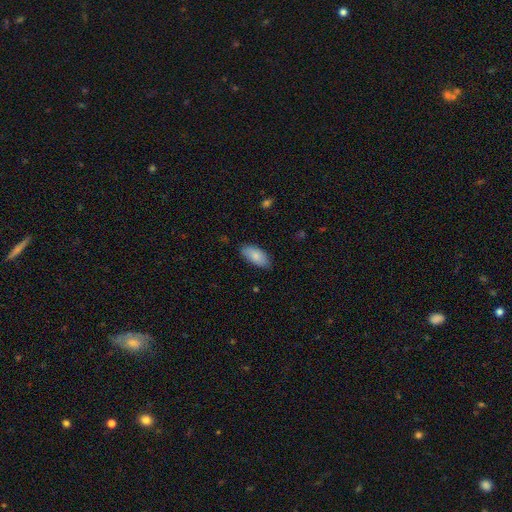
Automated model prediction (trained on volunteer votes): smooth 84%, featured or disk 10%, star or artifact 6%. Down the decision tree: how rounded — in between (92%); merging — none (82%).